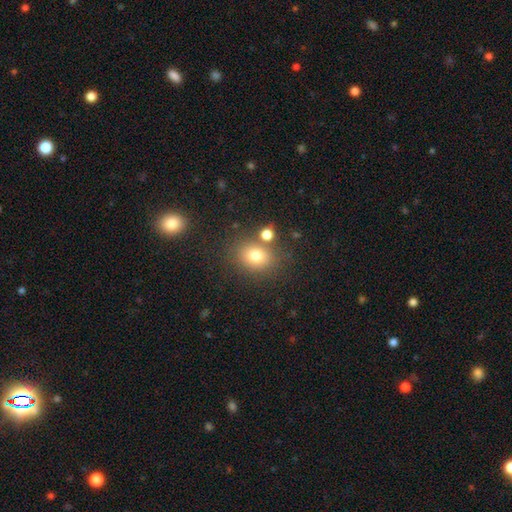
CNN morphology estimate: smooth-or-featured: smooth: 77% | star or artifact: 13% | featured or disk: 10%
  how-rounded: round: 60% | in between: 39% | cigar-shaped: 1%
  merging: none: 71% | merger: 14% | minor disturbance: 11% | major disturbance: 4%